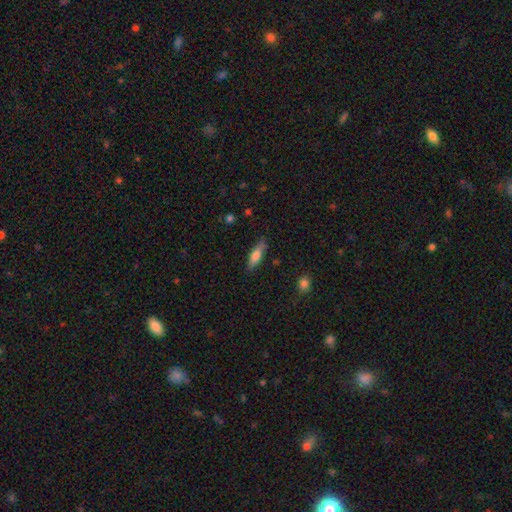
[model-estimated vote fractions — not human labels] A smooth galaxy with no disk features (67%) that is cigar-shaped (61%). Merging: none (82%).